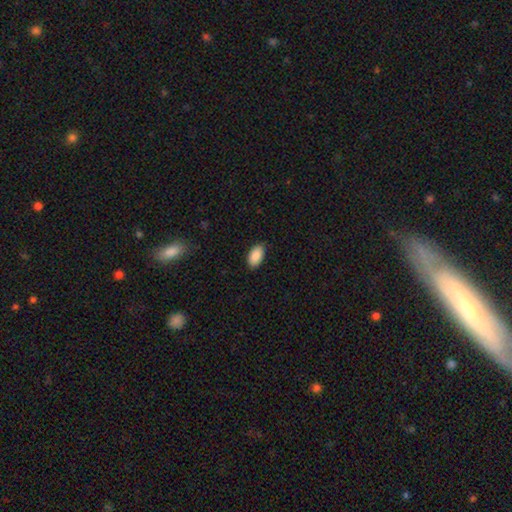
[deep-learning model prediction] Overall: smooth (89%). How rounded: in between (95%). Merging: none (86%).